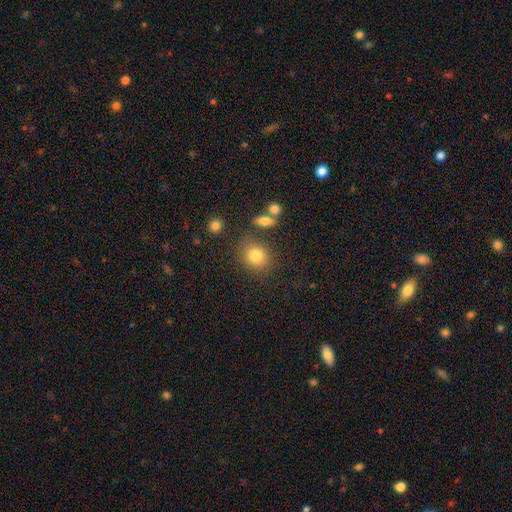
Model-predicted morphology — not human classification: type=smooth (81%); roundness=round (65%); merging=none (77%).